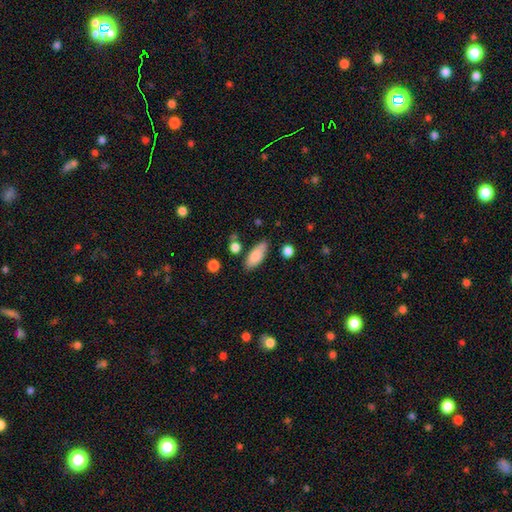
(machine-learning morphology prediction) This is clearly a smooth galaxy (84%). How rounded: likely in between (78%). Merging: likely none (74%).